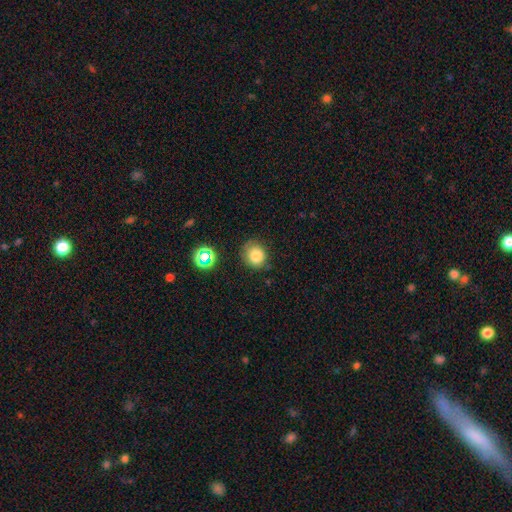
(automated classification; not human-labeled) This is likely a smooth galaxy (78%). How rounded: likely round (77%). Merging: likely none (71%).